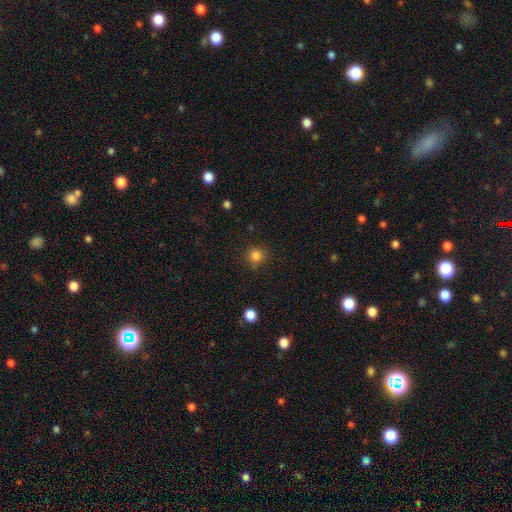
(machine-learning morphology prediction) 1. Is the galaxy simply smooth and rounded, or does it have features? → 83% smooth, 13% star or artifact, 4% featured or disk.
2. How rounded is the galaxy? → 92% round, 7% in between, 1% cigar-shaped.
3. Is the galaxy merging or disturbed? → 84% none, 11% minor disturbance, 3% major disturbance, 2% merger.